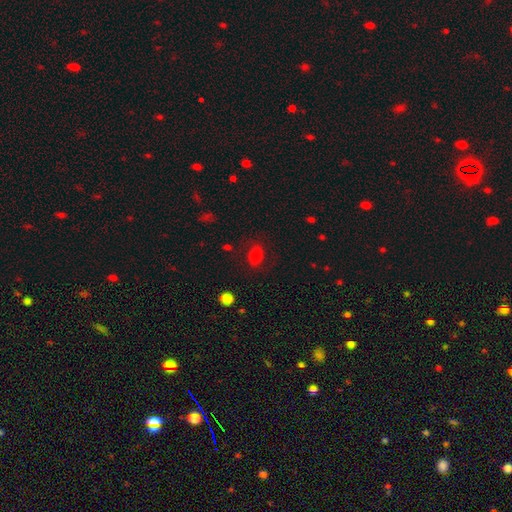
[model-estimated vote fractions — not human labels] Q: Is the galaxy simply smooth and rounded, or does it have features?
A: smooth — 72%.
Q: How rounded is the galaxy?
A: in between — 64%.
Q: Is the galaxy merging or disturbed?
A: none — 73%.